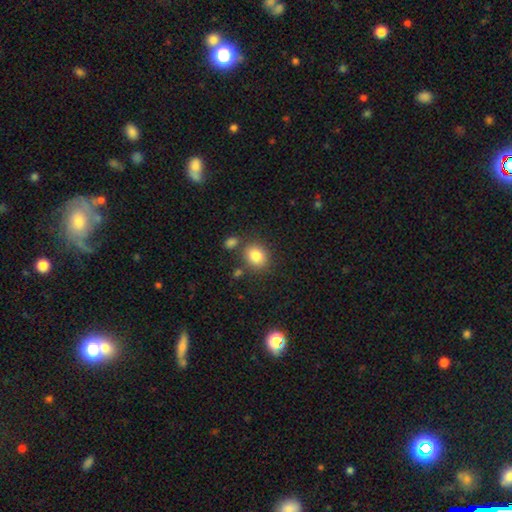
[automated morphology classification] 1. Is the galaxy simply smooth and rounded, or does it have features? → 82% smooth, 10% star or artifact, 7% featured or disk.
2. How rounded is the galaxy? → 59% round, 41% in between, 1% cigar-shaped.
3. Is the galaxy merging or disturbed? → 74% none, 12% minor disturbance, 10% merger, 4% major disturbance.